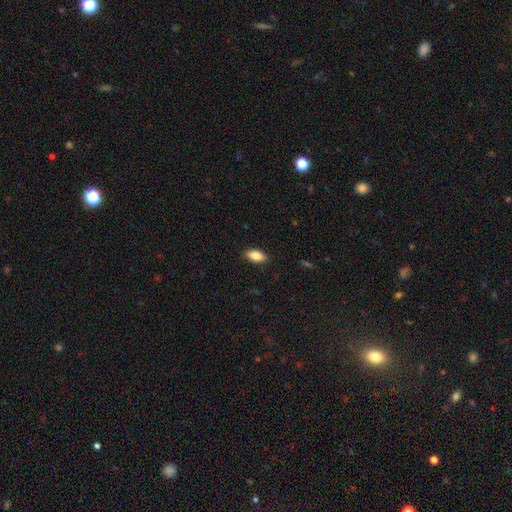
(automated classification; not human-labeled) Smooth or featured: smooth — 84% (featured or disk — 9%)
How rounded: in between — 88% (cigar-shaped — 9%)
Merging: none — 88% (minor disturbance — 9%)